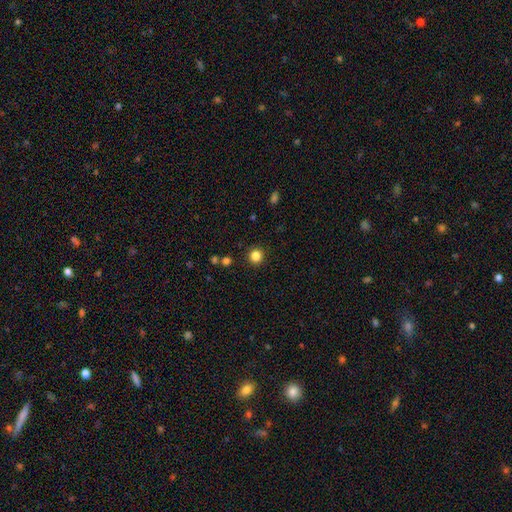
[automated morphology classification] A smooth galaxy with no disk features (83%) that is round (94%). Merging: none (91%).